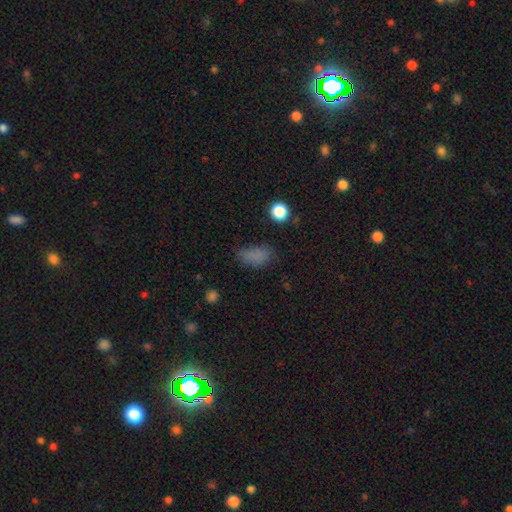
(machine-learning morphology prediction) smooth 74%, star or artifact 18%, featured or disk 8%. Down the decision tree: how rounded — in between (86%); merging — none (62%).